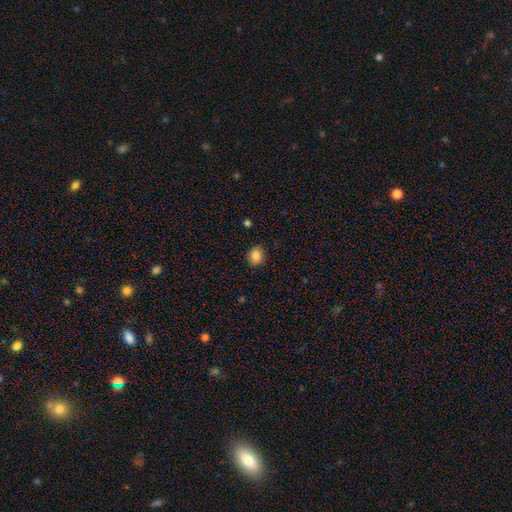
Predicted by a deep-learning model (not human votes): A smooth galaxy with no disk features (85%) that is round (69%). Merging: none (86%).